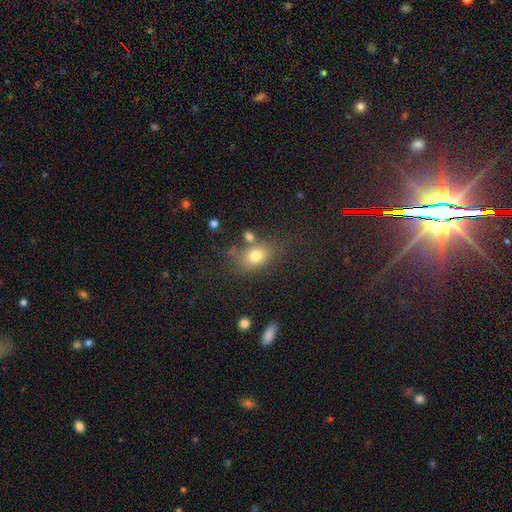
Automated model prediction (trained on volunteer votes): Smooth or featured?
  - smooth: 75% *
  - featured or disk: 13%
  - star or artifact: 12%
How rounded?
  - in between: 69% *
  - round: 30%
  - cigar-shaped: 2%
Merging?
  - none: 65% *
  - minor disturbance: 16%
  - merger: 11%
  - major disturbance: 7%